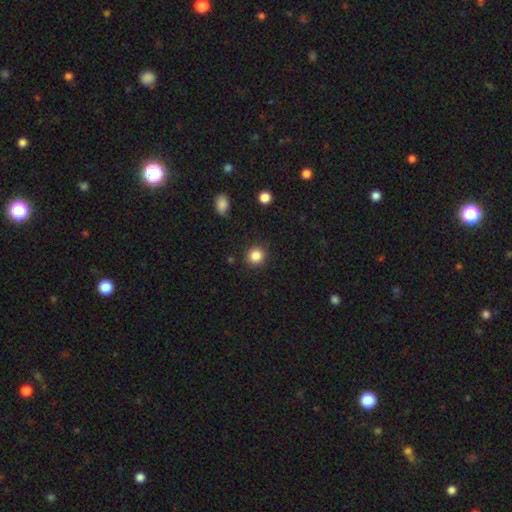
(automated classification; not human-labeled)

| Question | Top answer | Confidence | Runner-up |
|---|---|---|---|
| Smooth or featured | smooth | 86% | star or artifact (10%) |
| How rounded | round | 89% | in between (10%) |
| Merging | none | 87% | minor disturbance (9%) |